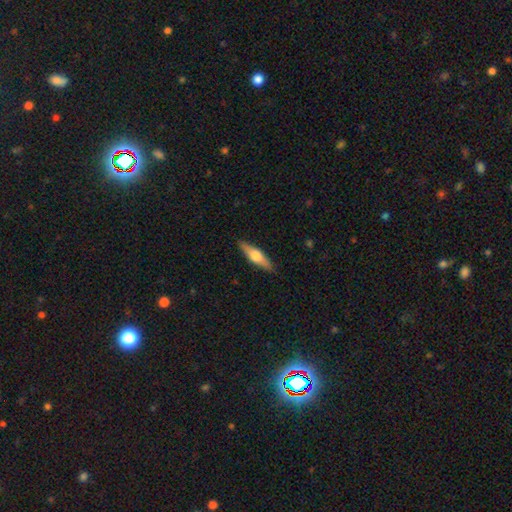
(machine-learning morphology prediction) Smooth or featured? featured or disk (51%)
Edge-on disk? yes (94%)
Merging? none (89%)